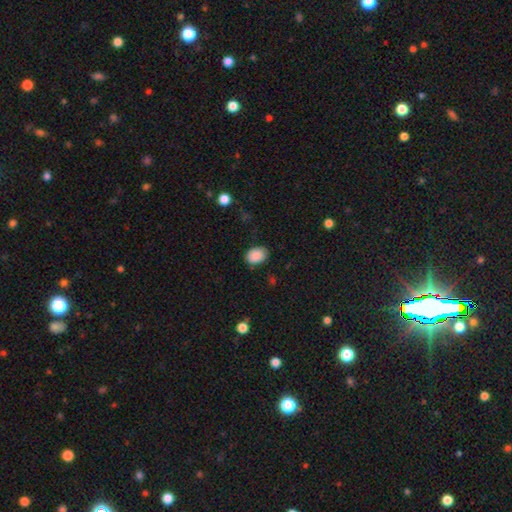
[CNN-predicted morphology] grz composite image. It shows a smooth galaxy with no disk features (88%) that is in between round and cigar-shaped (74%). Merging: none (83%).